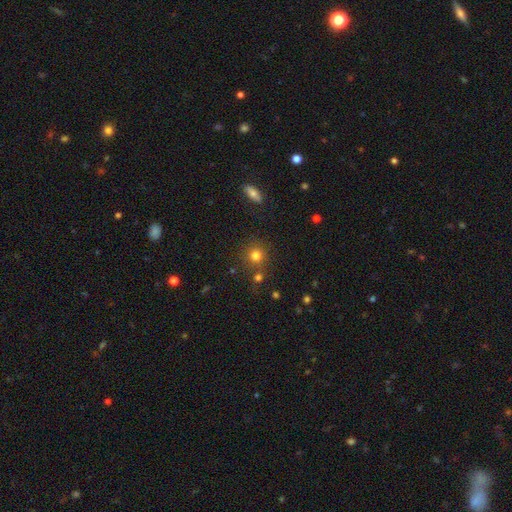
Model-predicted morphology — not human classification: Smooth or featured: smooth — 77% (star or artifact — 15%)
How rounded: round — 88% (in between — 11%)
Merging: none — 75% (merger — 12%)